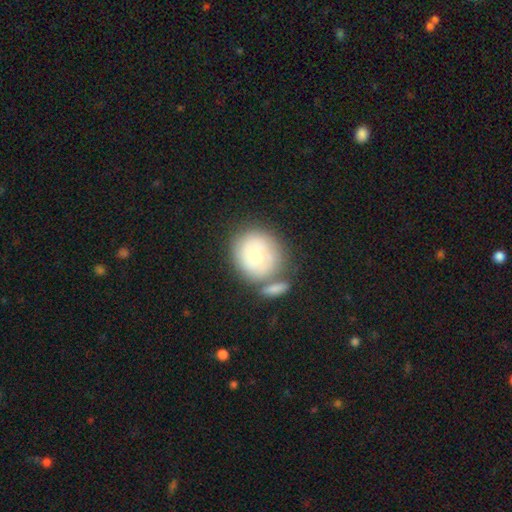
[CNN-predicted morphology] Smooth or featured: smooth — 56% (featured or disk — 37%)
How rounded: round — 82% (in between — 17%)
Merging: none — 52% (merger — 24%)